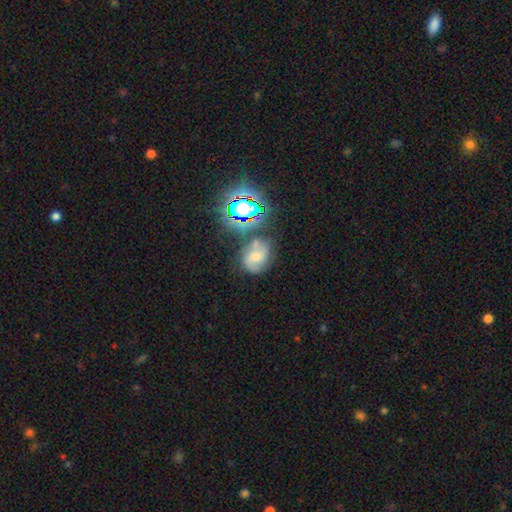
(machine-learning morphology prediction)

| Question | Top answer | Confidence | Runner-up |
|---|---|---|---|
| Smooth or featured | featured or disk | 52% | smooth (31%) |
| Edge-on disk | no | 97% | yes (3%) |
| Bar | no | 55% | weak (36%) |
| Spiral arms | yes | 86% | no (14%) |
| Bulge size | moderate | 38% | small (34%) |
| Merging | none | 53% | minor disturbance (21%) |